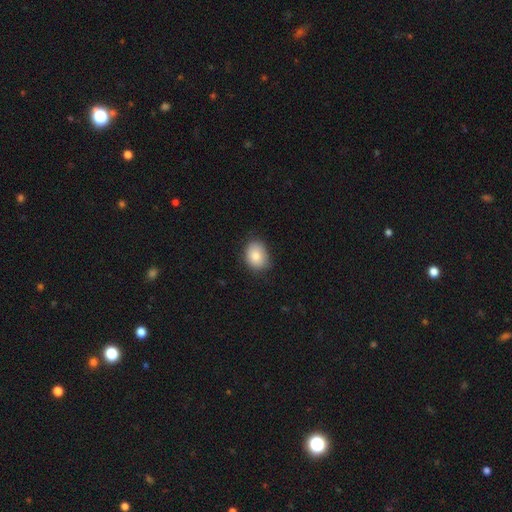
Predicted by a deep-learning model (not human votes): Smooth or featured? Predicted: smooth (p=0.84). How rounded? Predicted: in between (p=0.60). Merging? Predicted: none (p=0.77).